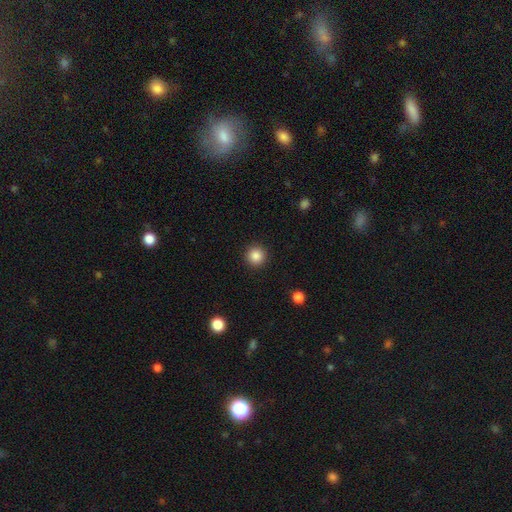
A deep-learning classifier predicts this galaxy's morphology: The model was most divided on "smooth or featured": smooth: 86%, star or artifact: 10%, featured or disk: 4%. More confident: how rounded — round (95%); merging — none (92%).